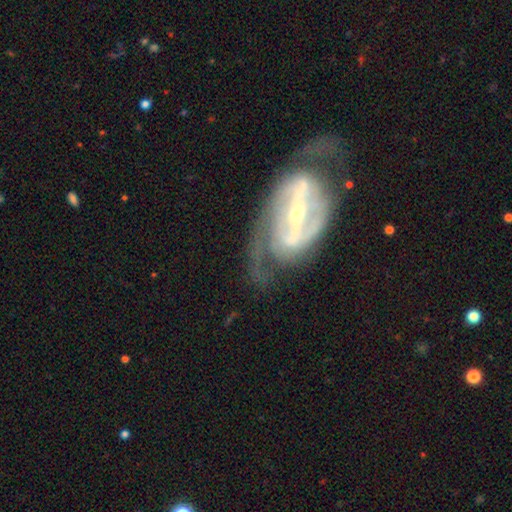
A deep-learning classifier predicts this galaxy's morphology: Smooth or featured: featured or disk — 85% (smooth — 8%)
Edge-on disk: no — 92% (yes — 8%)
Bar: strong — 64% (weak — 25%)
Spiral arms: yes — 87% (no — 13%)
Spiral winding: medium — 41% (tied with tight — 41%)
Spiral arm count: 2 — 73% (can't tell — 14%)
Bulge size: small — 60% (moderate — 34%)
Merging: none — 63% (minor disturbance — 17%)